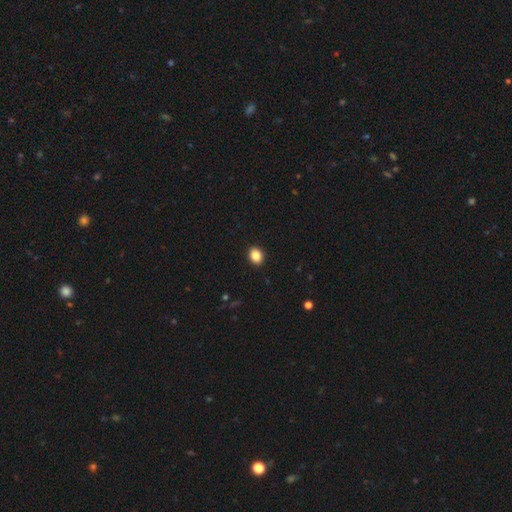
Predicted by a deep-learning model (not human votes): The model was most divided on "how rounded": in between: 52%, round: 47%, cigar-shaped: 1%. More confident: merging — none (92%); smooth or featured — smooth (86%).